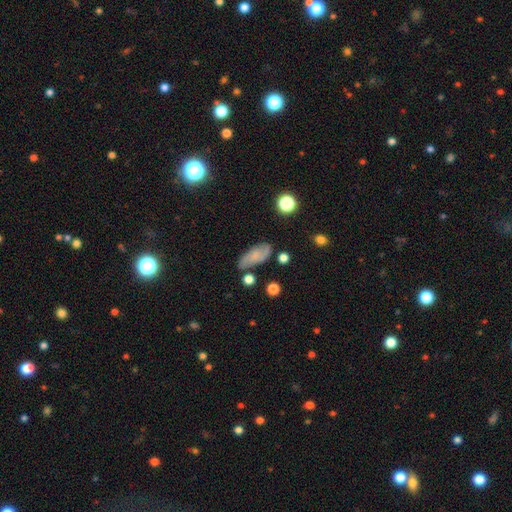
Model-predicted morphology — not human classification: This is possibly a smooth galaxy (58%). How rounded: clearly in between (82%). Merging: likely none (68%).